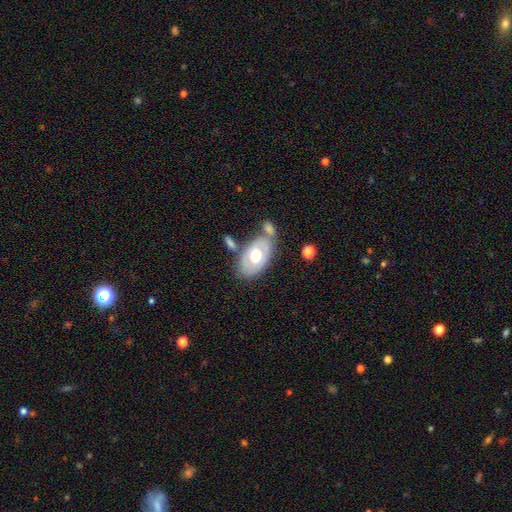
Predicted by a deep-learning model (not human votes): Smooth or featured? Predicted: featured or disk (p=0.48). Merging? Predicted: none (p=0.56).